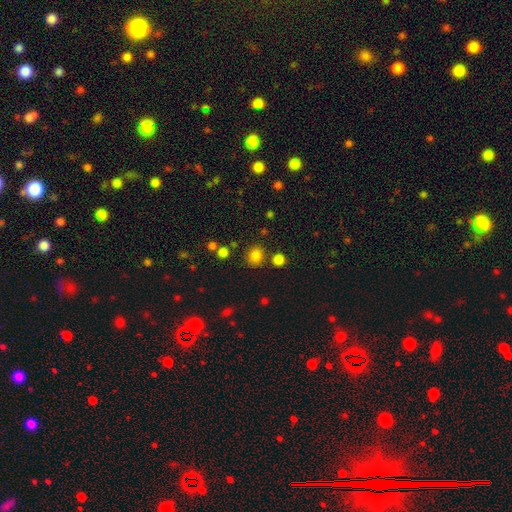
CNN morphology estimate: A smooth galaxy with no disk features (81%) that is round (81%).

Vote fractions:
- Smooth or featured? smooth: 81% / star or artifact: 14% / featured or disk: 5%
- How rounded? round: 81% / in between: 18% / cigar-shaped: 1%
- Merging? none: 80% / minor disturbance: 9% / merger: 8% / major disturbance: 3%